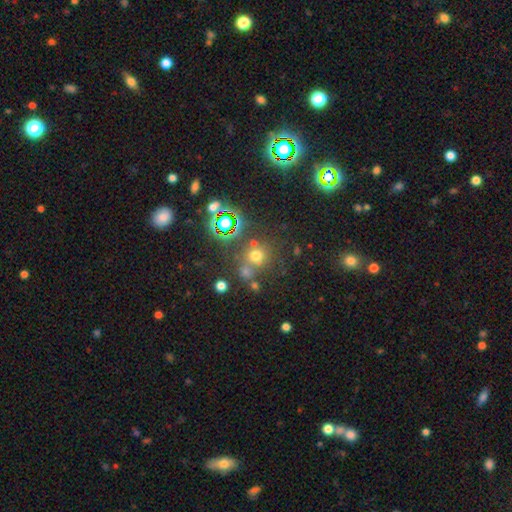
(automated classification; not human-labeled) This is possibly a smooth galaxy (60%). How rounded: clearly round (88%). Merging: likely none (64%).